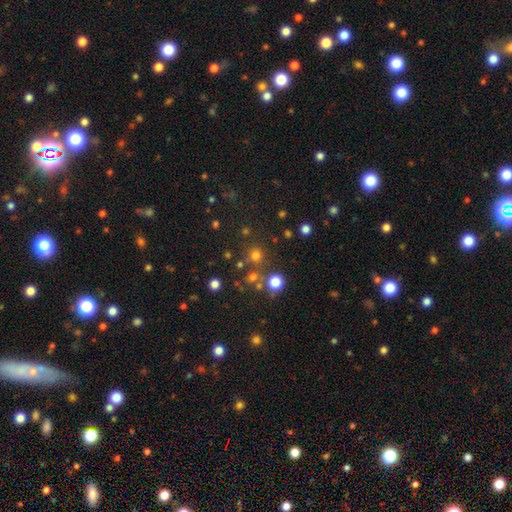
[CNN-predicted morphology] Smooth or featured? Predicted: smooth (p=0.67). How rounded? Predicted: round (p=0.91). Merging? Predicted: none (p=0.77).